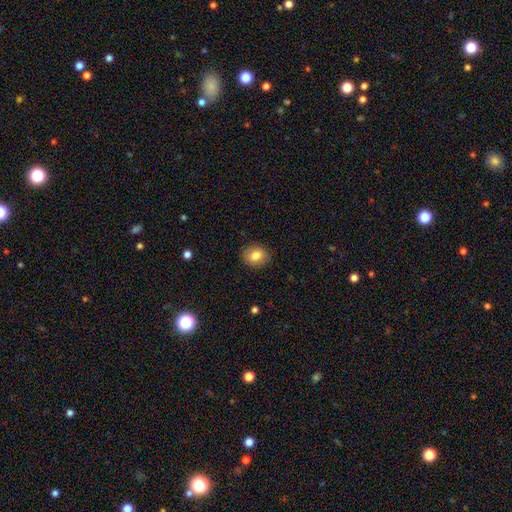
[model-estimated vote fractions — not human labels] Overall: smooth (82%). How rounded: round (62%; in between 37%). Merging: none (89%).